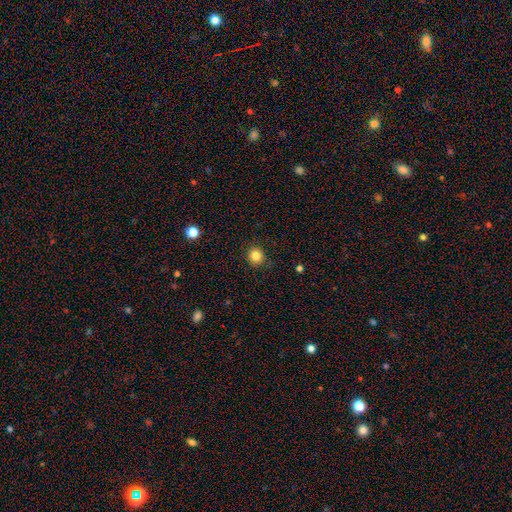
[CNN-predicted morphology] Q: Smooth or featured?
A: smooth (84%); runner-up: star or artifact (11%)
Q: How rounded?
A: round (89%); runner-up: in between (10%)
Q: Merging?
A: none (90%); runner-up: minor disturbance (7%)